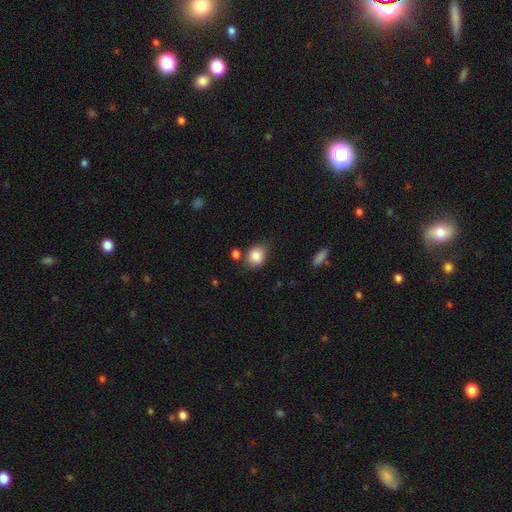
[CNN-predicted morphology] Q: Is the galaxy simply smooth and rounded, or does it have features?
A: smooth — 84%.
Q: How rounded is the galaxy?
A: in between — 53%.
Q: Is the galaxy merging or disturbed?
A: none — 70%.